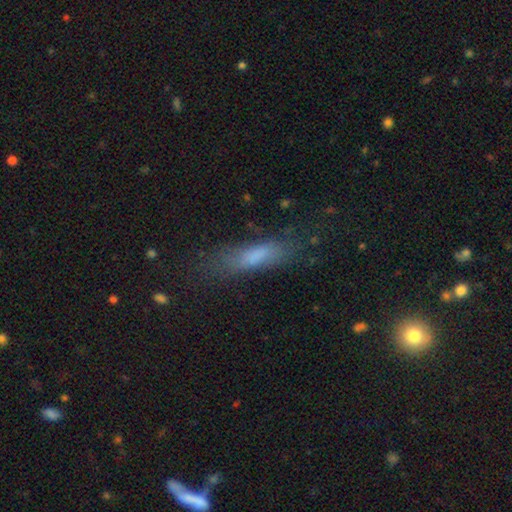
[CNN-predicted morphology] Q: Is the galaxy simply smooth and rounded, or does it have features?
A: smooth — 68%.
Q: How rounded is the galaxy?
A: cigar-shaped — 65%.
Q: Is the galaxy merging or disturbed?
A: none — 68%.